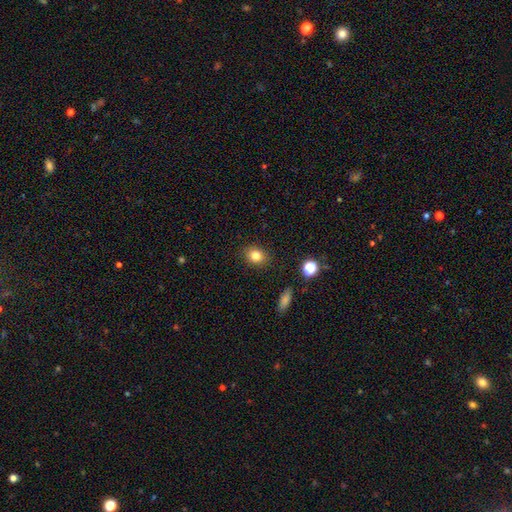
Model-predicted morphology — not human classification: Overall: smooth (82%). How rounded: in between (52%; round 47%). Merging: none (88%).